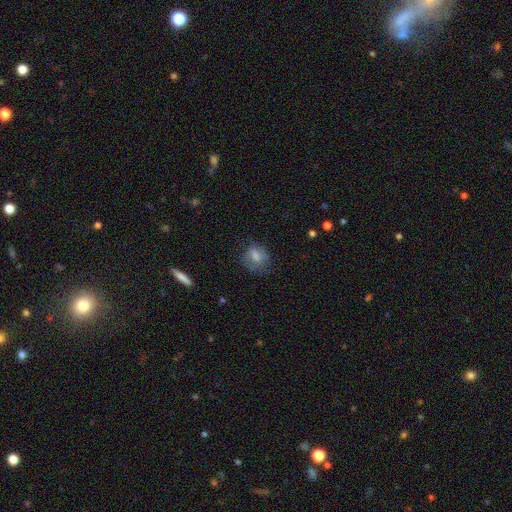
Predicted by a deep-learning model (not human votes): The model was most divided on "how rounded": round: 60%, in between: 38%, cigar-shaped: 3%. More confident: merging — none (65%); smooth or featured — smooth (58%).